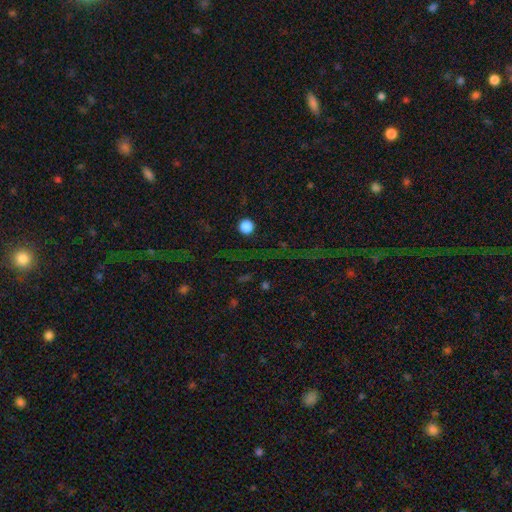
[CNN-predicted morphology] This is likely a star or artifact rather than a galaxy (72%).